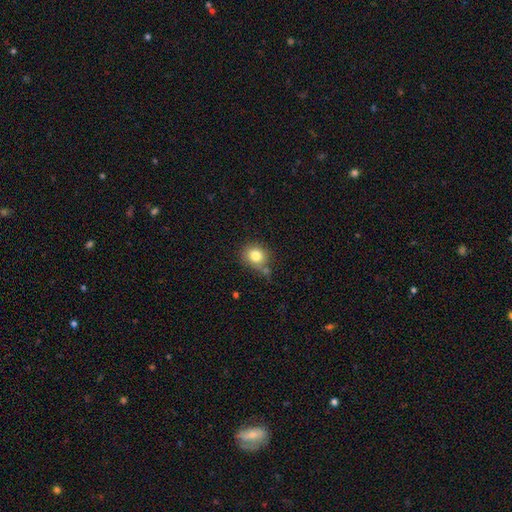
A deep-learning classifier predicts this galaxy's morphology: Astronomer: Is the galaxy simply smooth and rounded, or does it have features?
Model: smooth — 81%.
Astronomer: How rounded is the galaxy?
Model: round — 76%.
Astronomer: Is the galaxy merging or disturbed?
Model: none — 65%.